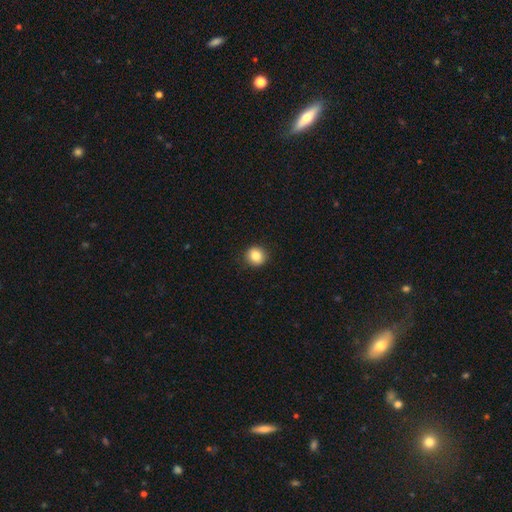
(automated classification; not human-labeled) This appears to be a smooth galaxy with no disk features (84%) that is round (90%). Merging: none (90%).